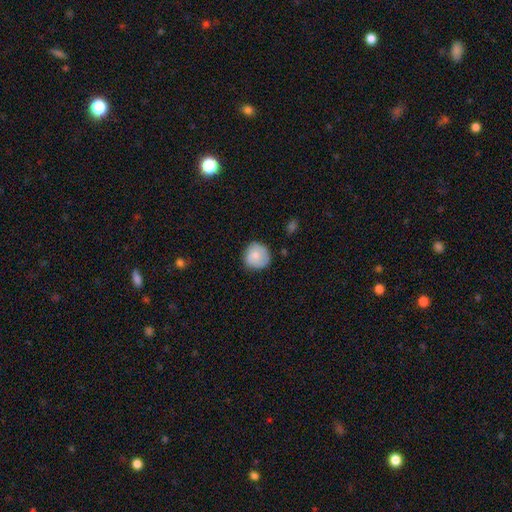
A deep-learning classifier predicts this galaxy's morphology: This is likely a smooth galaxy (77%). How rounded: clearly round (91%). Merging: likely none (77%).